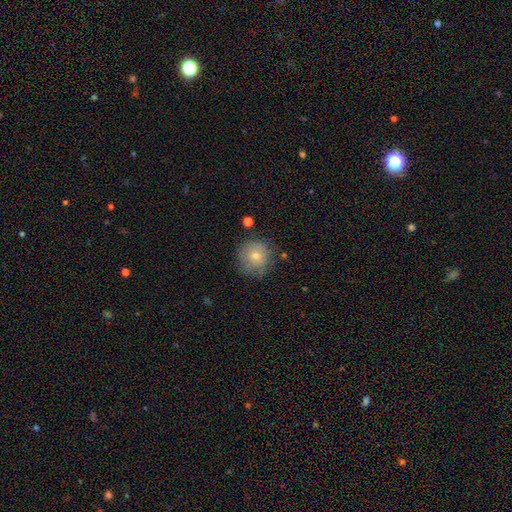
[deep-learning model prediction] This appears to be a smooth galaxy with no disk features (62%) that is round (93%). Merging: none (74%).